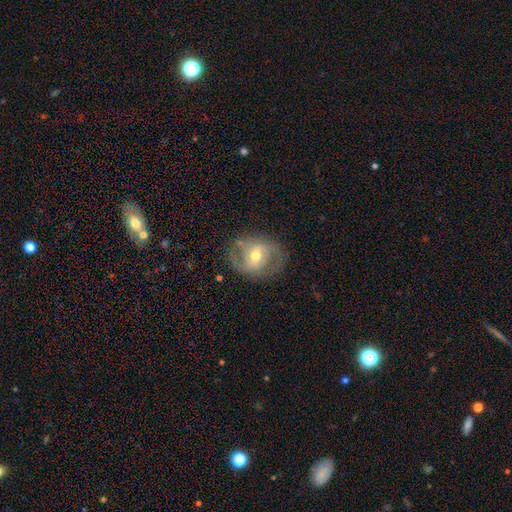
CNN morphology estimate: The model was most divided on "bar": weak: 43%, no: 31%, strong: 26%. Remaining: edge-on disk — no (96%); spiral arms — yes (82%); spiral arm count — 2 (78%); smooth or featured — featured or disk (75%); merging — none (73%); bulge size — moderate (66%); spiral winding — medium (47%).